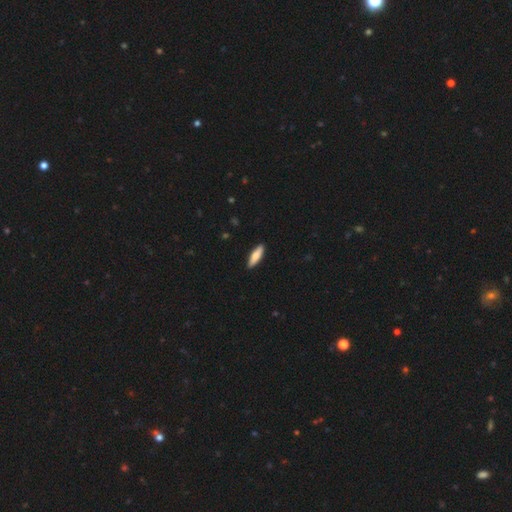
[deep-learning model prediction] A smooth galaxy with no disk features (75%) that is cigar-shaped (59%). Merging: none (90%).